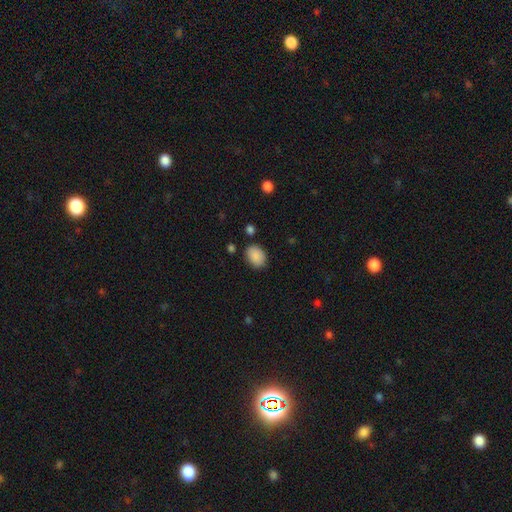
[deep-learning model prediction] Smooth or featured? Predicted: smooth (p=0.89). How rounded? Predicted: in between (p=0.70). Merging? Predicted: none (p=0.81).